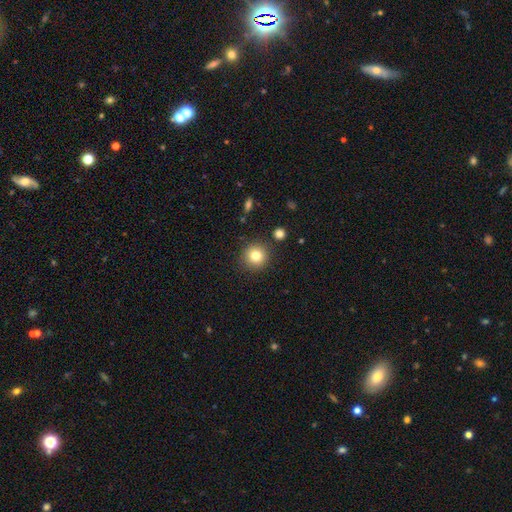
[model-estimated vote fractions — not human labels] smooth-or-featured: smooth: 80% | star or artifact: 11% | featured or disk: 8%
  how-rounded: round: 93% | in between: 6% | cigar-shaped: 1%
  merging: none: 88% | minor disturbance: 7% | merger: 3% | major disturbance: 2%